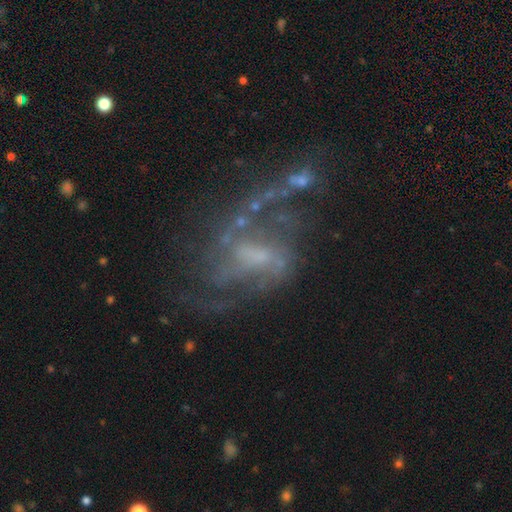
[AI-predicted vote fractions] Smooth or featured: featured or disk — 83% (star or artifact — 9%)
Edge-on disk: no — 97% (yes — 3%)
Bar: weak — 51% (no — 29%)
Spiral arms: yes — 89% (no — 11%)
Spiral winding: medium — 44% (loose — 41%)
Spiral arm count: 2 — 54% (can't tell — 18%)
Bulge size: small — 40% (none — 29%)
Merging: none — 49% (major disturbance — 26%)